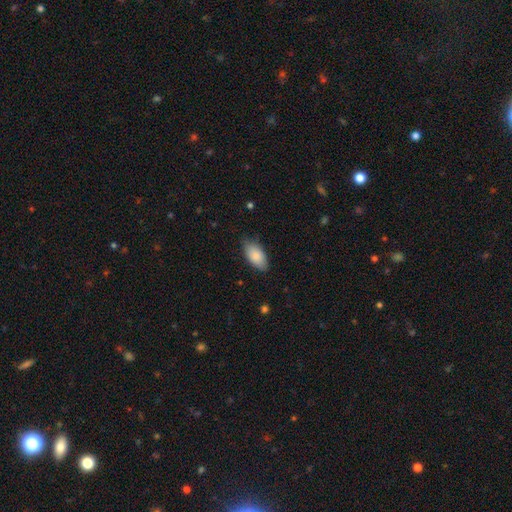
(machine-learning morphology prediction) This is clearly a smooth galaxy (86%). How rounded: clearly in between (94%). Merging: likely none (79%).